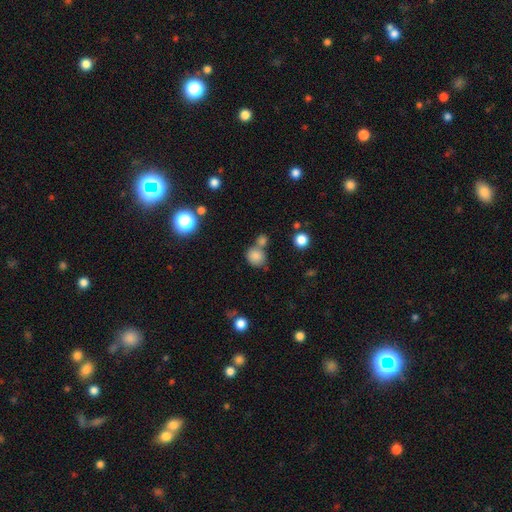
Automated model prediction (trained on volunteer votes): Smooth or featured? smooth (82%)
How rounded? round (78%)
Merging? none (51%)